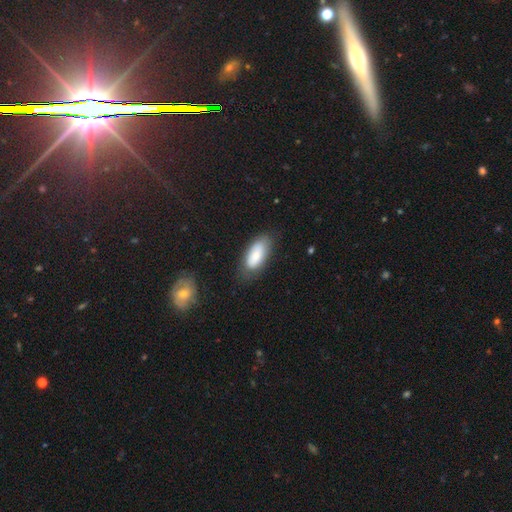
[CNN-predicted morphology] smooth 75%, featured or disk 19%, star or artifact 6%. Down the decision tree: how rounded — in between (87%); merging — none (74%).